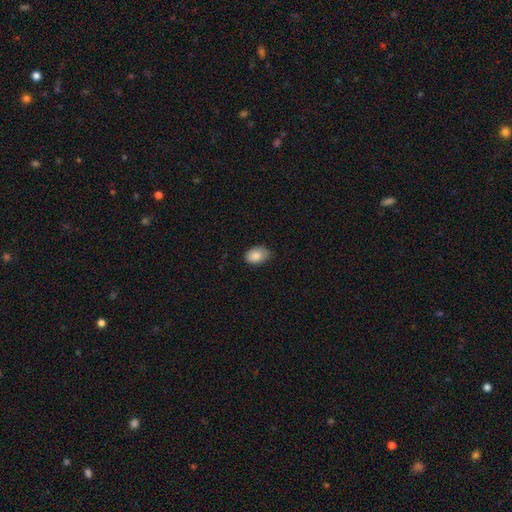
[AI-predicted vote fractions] Overall: smooth (86%). How rounded: in between (85%). Merging: none (72%).